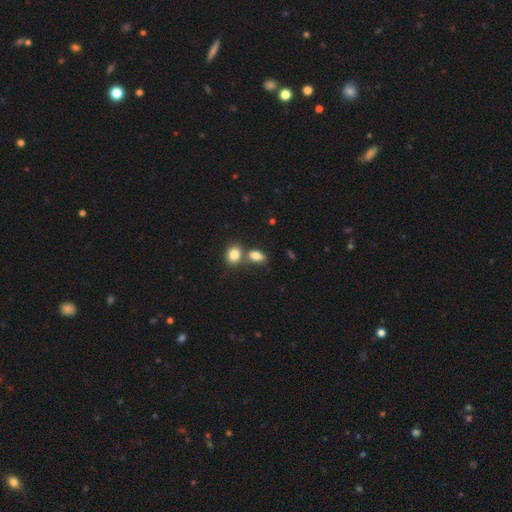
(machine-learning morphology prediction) A smooth galaxy with no disk features (83%) that is in between round and cigar-shaped (80%).

Vote fractions:
- Smooth or featured? smooth: 83% / star or artifact: 10% / featured or disk: 8%
- How rounded? in between: 80% / round: 17% / cigar-shaped: 3%
- Merging? none: 47% / merger: 39% / minor disturbance: 10% / major disturbance: 4%